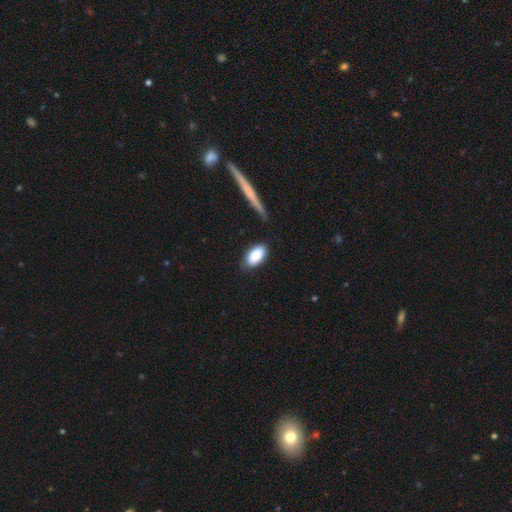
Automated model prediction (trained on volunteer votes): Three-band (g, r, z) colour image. It shows a smooth galaxy with no disk features (84%) that is in between round and cigar-shaped (93%). Merging: none (79%).